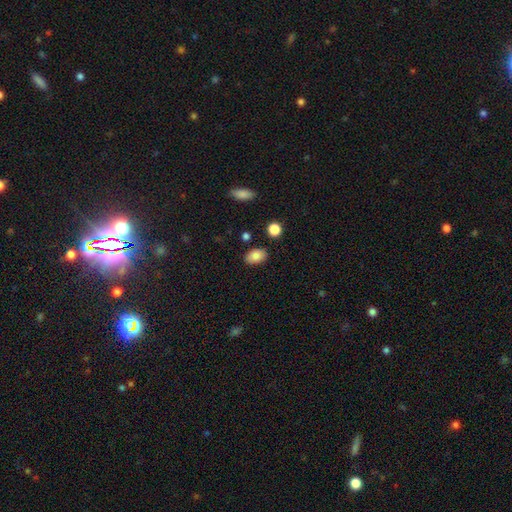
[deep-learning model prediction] A smooth galaxy with no disk features (84%) that is in between round and cigar-shaped (87%). Merging: none (85%).